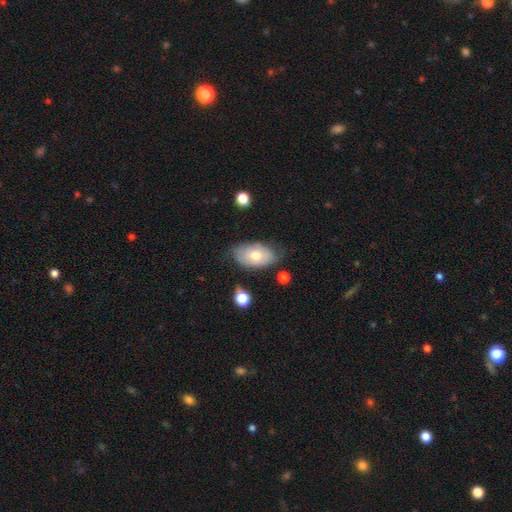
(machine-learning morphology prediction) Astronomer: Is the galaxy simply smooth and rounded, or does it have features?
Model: smooth — 68%.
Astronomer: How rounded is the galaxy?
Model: in between — 92%.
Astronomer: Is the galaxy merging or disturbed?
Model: none — 67%.